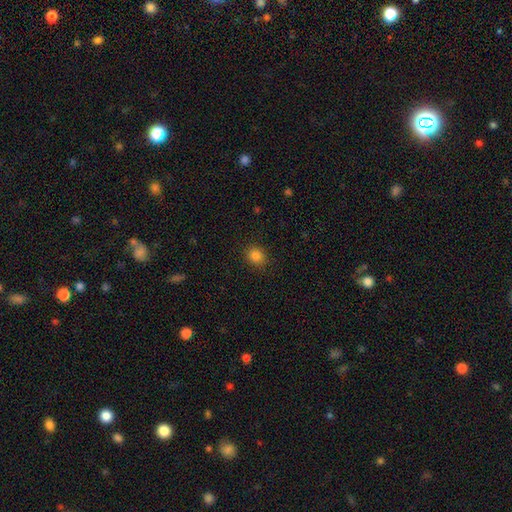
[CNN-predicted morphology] Overall: smooth (84%). How rounded: round (75%). Merging: none (89%).